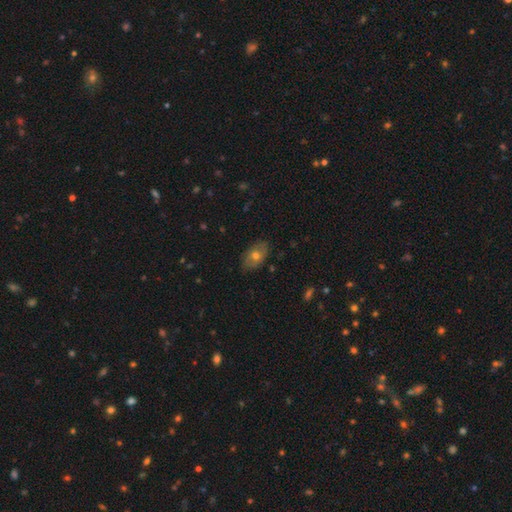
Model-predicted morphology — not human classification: Overall: smooth (59%; featured or disk 31%). How rounded: in between (88%). Merging: none (83%).